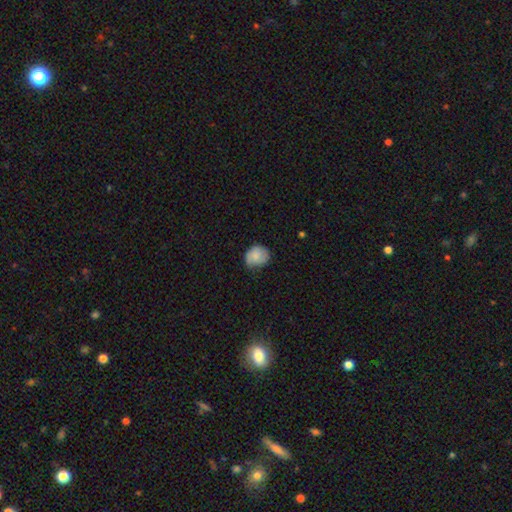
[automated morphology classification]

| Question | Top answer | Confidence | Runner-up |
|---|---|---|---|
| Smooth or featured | smooth | 78% | featured or disk (14%) |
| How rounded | round | 63% | in between (36%) |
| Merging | none | 61% | minor disturbance (32%) |